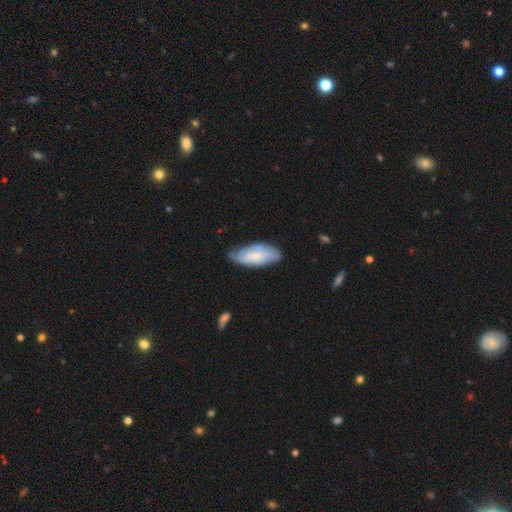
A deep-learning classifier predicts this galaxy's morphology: This appears to be a smooth galaxy with no disk features (55%) that is in between round and cigar-shaped (84%). Merging: none (59%).